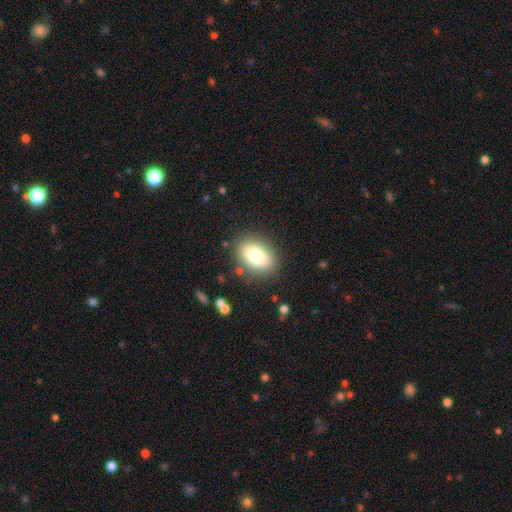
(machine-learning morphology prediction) The model was most divided on "smooth or featured": smooth: 80%, featured or disk: 12%, star or artifact: 8%. More confident: how rounded — in between (85%); merging — none (84%).